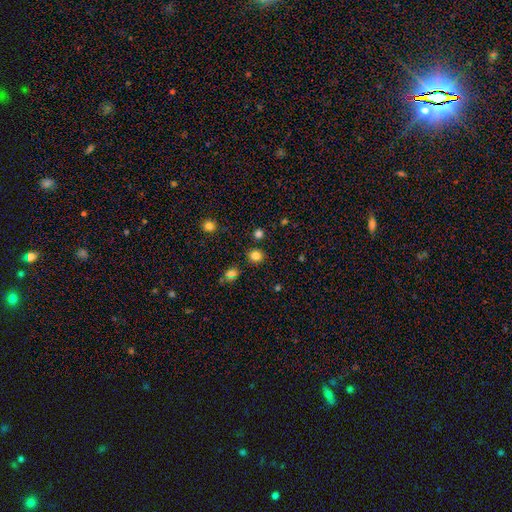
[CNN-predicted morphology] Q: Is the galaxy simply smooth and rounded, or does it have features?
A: smooth — 82%.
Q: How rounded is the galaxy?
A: round — 86%.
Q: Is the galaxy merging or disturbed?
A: none — 88%.